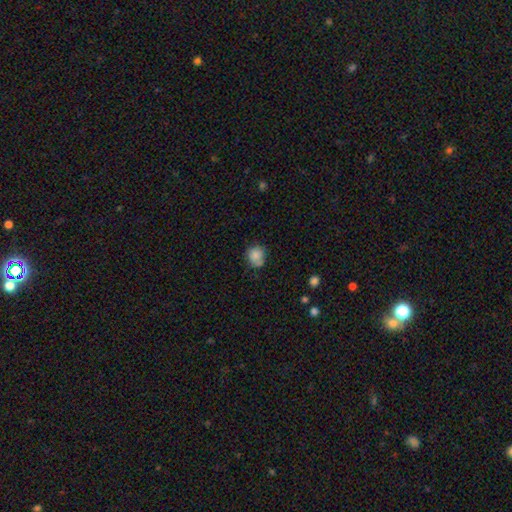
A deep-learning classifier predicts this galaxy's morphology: Smooth or featured? Predicted: smooth (p=0.82). How rounded? Predicted: round (p=0.79). Merging? Predicted: none (p=0.61).